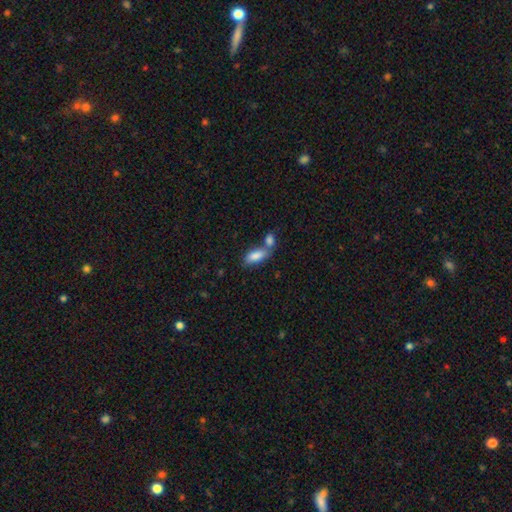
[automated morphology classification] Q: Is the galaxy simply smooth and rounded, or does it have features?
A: smooth — 84%.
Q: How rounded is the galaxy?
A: in between — 84%.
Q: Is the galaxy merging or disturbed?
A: merger — 49%.